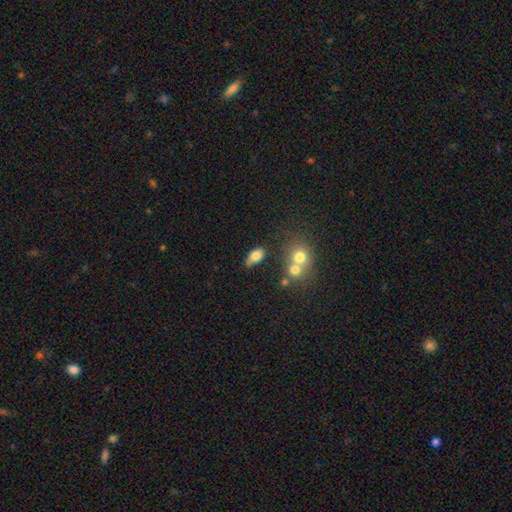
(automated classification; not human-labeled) Q: Smooth or featured?
A: smooth (80%); runner-up: featured or disk (10%)
Q: How rounded?
A: in between (85%); runner-up: round (12%)
Q: Merging?
A: none (53%); runner-up: minor disturbance (22%)